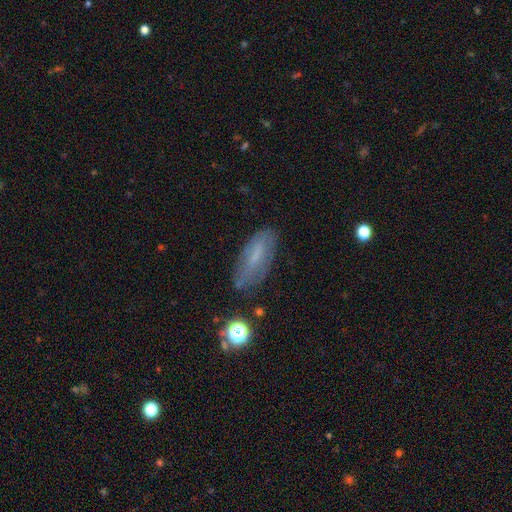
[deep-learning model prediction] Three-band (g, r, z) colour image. It shows a smooth galaxy with no disk features (52%) that is in between round and cigar-shaped (68%). Merging: none (71%).